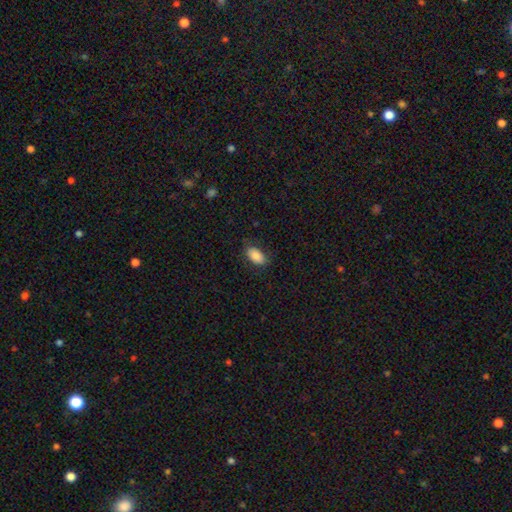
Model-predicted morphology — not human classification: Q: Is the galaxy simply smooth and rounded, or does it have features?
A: smooth — 87%.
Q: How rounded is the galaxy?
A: in between — 93%.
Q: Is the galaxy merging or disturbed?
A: none — 82%.